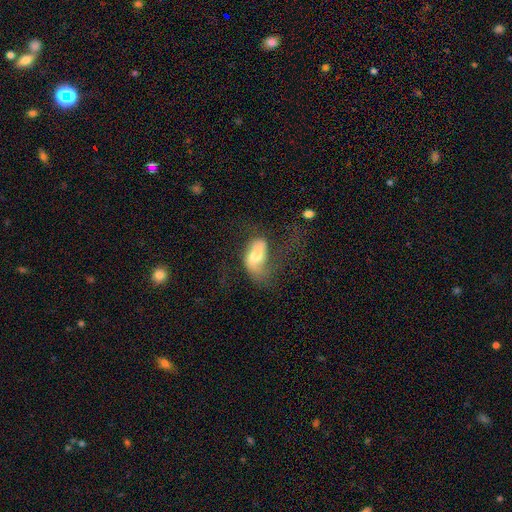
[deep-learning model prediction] Smooth or featured? smooth (47%)
Merging? major disturbance (42%)